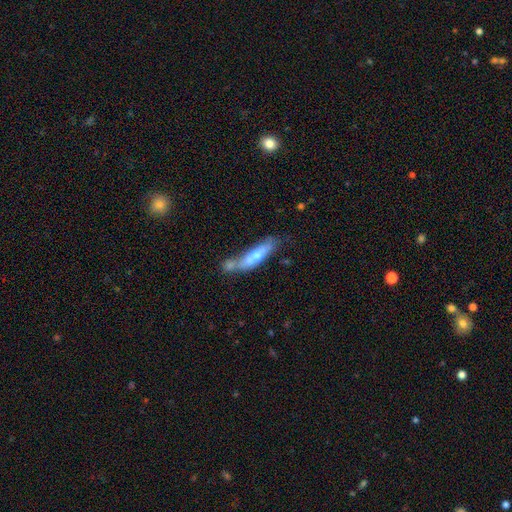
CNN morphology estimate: smooth_or_featured: smooth (p=0.53) [alt: featured or disk p=0.40]
how_rounded: cigar-shaped (p=0.72) [alt: in between p=0.26]
merging: merger (p=0.39) [alt: none p=0.31]